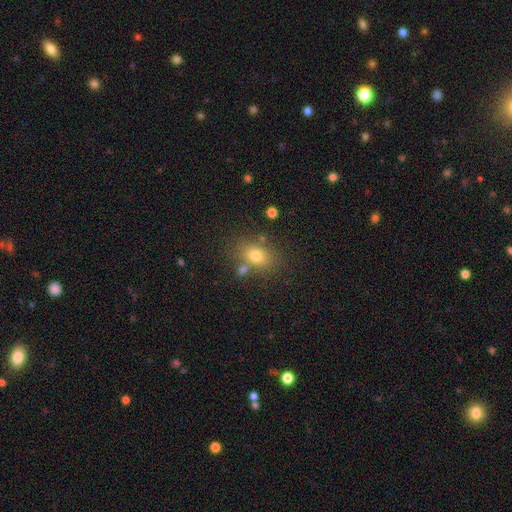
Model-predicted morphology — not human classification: Q: Smooth or featured?
A: smooth (76%); runner-up: star or artifact (13%)
Q: How rounded?
A: in between (66%); runner-up: round (32%)
Q: Merging?
A: none (70%); runner-up: minor disturbance (13%)